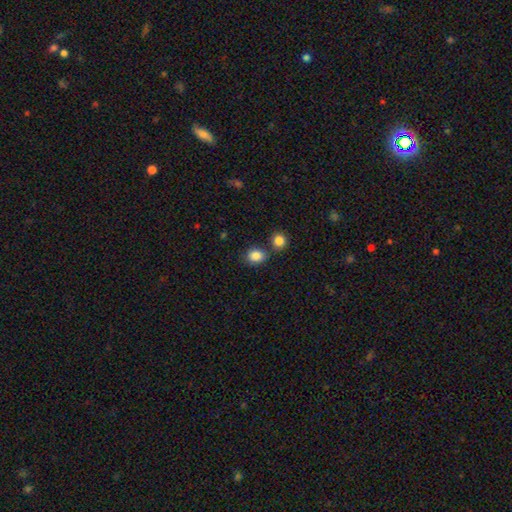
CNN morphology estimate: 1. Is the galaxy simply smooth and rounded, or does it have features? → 86% smooth, 10% star or artifact, 5% featured or disk.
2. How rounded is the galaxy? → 59% round, 40% in between, 1% cigar-shaped.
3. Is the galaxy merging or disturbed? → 68% none, 18% merger, 11% minor disturbance, 3% major disturbance.